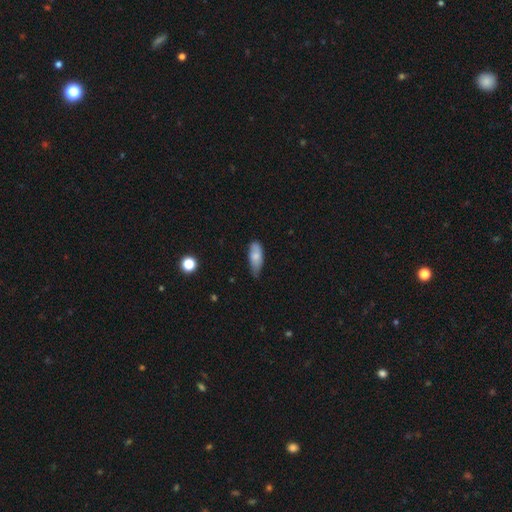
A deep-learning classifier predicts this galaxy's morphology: Smooth or featured?
  - smooth: 78% *
  - featured or disk: 15%
  - star or artifact: 7%
How rounded?
  - in between: 79% *
  - cigar-shaped: 19%
  - round: 2%
Merging?
  - none: 56% *
  - minor disturbance: 37%
  - major disturbance: 6%
  - merger: 2%